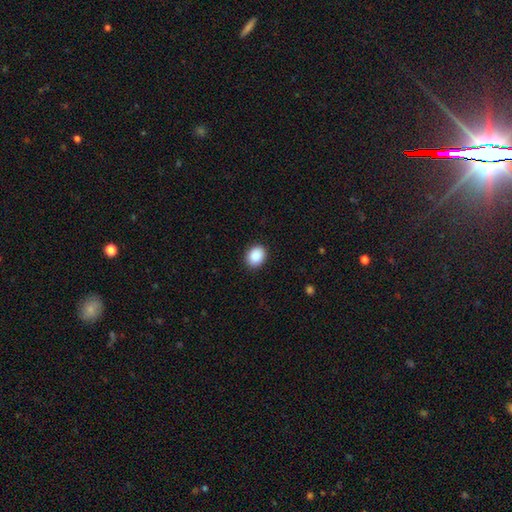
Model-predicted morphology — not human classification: smooth-or-featured: smooth: 90% | star or artifact: 8% | featured or disk: 2%
  how-rounded: in between: 52% | round: 48% | cigar-shaped: 1%
  merging: none: 90% | minor disturbance: 7% | major disturbance: 2% | merger: 1%